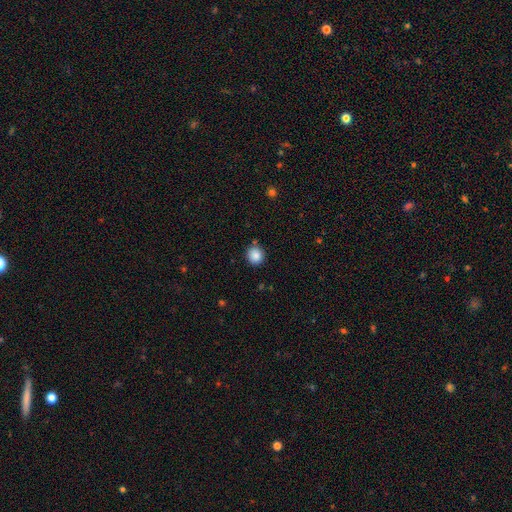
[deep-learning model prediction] smooth_or_featured: smooth (p=0.86) [alt: star or artifact p=0.10]
how_rounded: round (p=0.87) [alt: in between p=0.12]
merging: none (p=0.84) [alt: minor disturbance p=0.10]